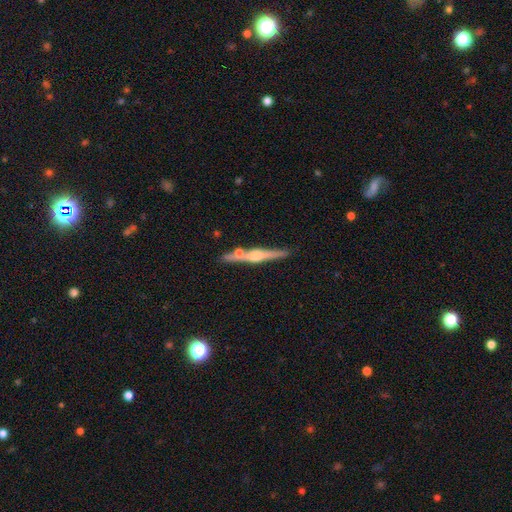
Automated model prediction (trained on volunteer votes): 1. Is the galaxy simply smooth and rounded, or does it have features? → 71% featured or disk, 23% smooth, 6% star or artifact.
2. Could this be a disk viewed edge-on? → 97% yes, 3% no.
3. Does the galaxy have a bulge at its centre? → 83% rounded, 11% boxy, 6% none.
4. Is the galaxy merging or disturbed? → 76% none, 11% merger, 11% minor disturbance, 3% major disturbance.